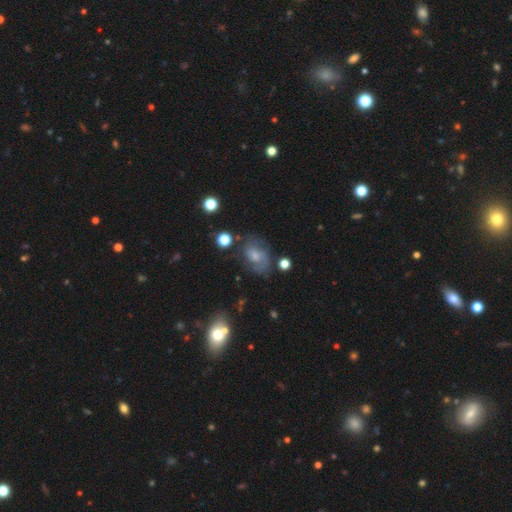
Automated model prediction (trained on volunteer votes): Smooth or featured?
  - featured or disk: 50% *
  - smooth: 39%
  - star or artifact: 11%
Merging?
  - none: 55% *
  - minor disturbance: 25%
  - major disturbance: 16%
  - merger: 4%